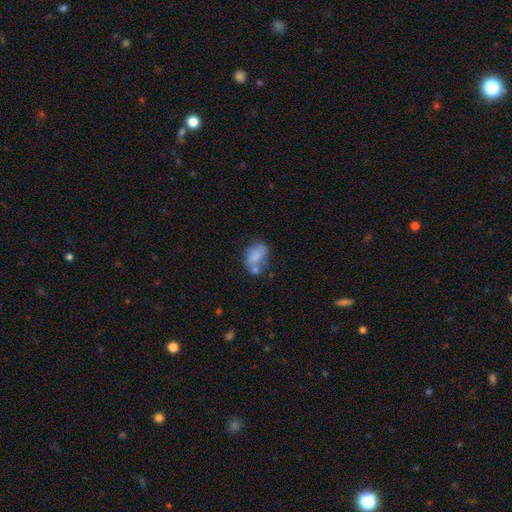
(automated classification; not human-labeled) smooth-or-featured: smooth: 70% | featured or disk: 20% | star or artifact: 9%
  how-rounded: in between: 81% | round: 17% | cigar-shaped: 2%
  merging: none: 39% | merger: 28% | minor disturbance: 23% | major disturbance: 11%